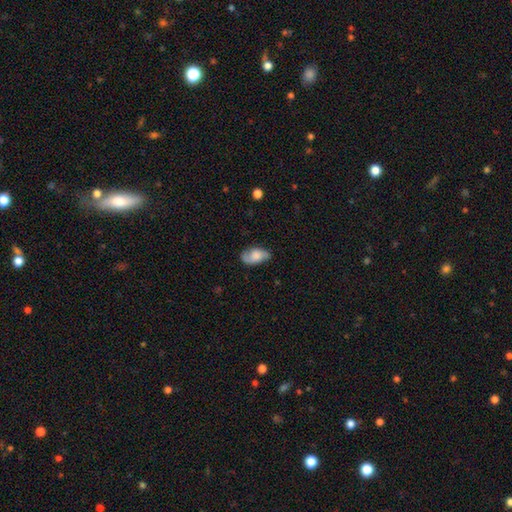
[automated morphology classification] Overall: smooth (50%; featured or disk 42%). How rounded: in between (90%). Merging: none (66%).